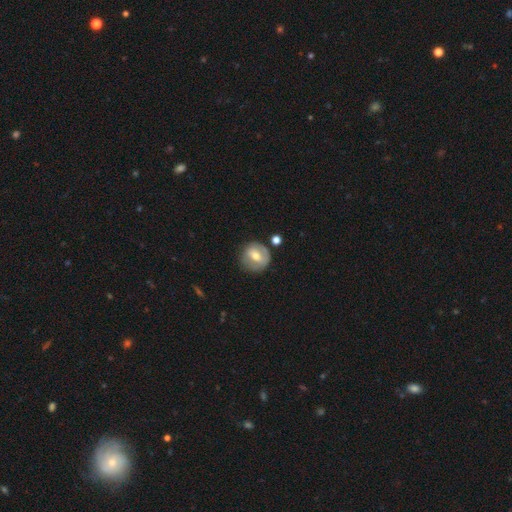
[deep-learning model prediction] A smooth galaxy with no disk features (52%) that is round (86%).

Vote fractions:
- Smooth or featured? smooth: 52% / featured or disk: 40% / star or artifact: 8%
- How rounded? round: 86% / in between: 13% / cigar-shaped: 1%
- Merging? none: 73% / minor disturbance: 16% / merger: 6% / major disturbance: 5%